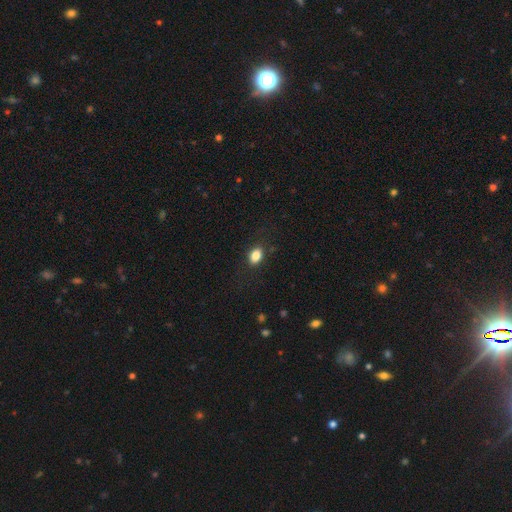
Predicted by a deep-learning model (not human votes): A smooth galaxy with no disk features (85%) that is in between round and cigar-shaped (79%). Merging: none (85%).